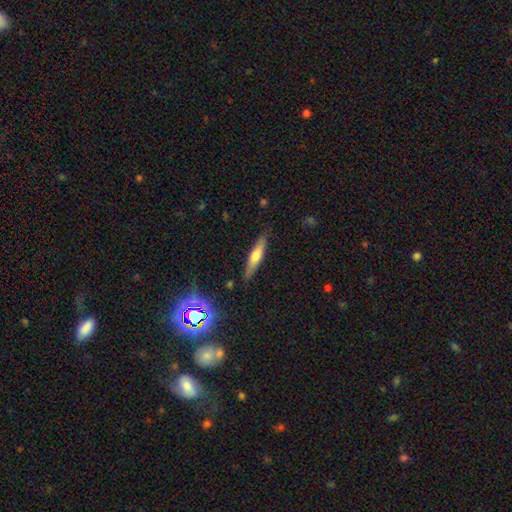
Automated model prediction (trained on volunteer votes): Smooth or featured? smooth (51%)
How rounded? cigar-shaped (81%)
Merging? none (85%)